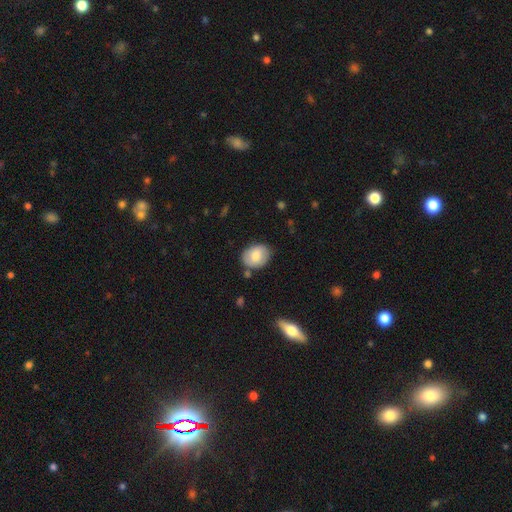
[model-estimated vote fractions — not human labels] Q: Smooth or featured?
A: smooth (76%); runner-up: featured or disk (17%)
Q: How rounded?
A: in between (65%); runner-up: round (34%)
Q: Merging?
A: none (78%); runner-up: minor disturbance (15%)